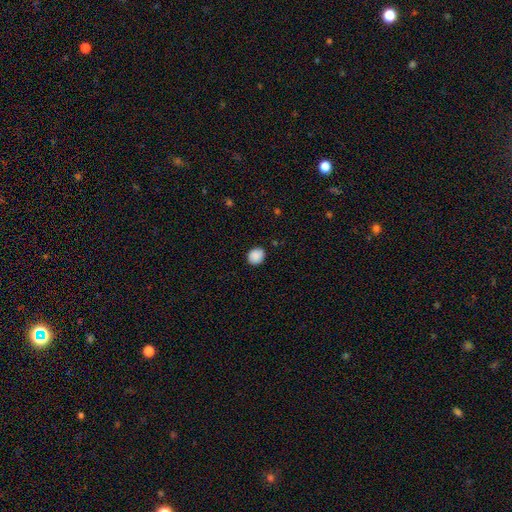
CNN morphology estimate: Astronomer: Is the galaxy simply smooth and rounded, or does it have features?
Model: smooth — 88%.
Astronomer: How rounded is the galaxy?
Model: round — 72%.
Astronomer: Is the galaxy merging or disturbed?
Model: none — 84%.